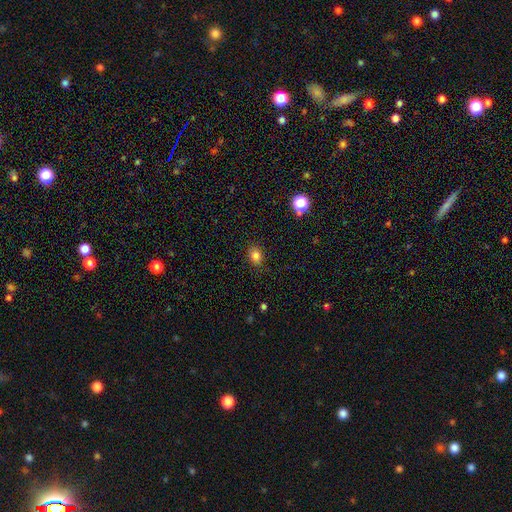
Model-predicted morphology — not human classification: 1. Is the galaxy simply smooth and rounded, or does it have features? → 82% smooth, 12% star or artifact, 6% featured or disk.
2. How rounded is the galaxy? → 59% in between, 40% round, 1% cigar-shaped.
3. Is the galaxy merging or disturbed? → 86% none, 10% minor disturbance, 3% major disturbance, 1% merger.